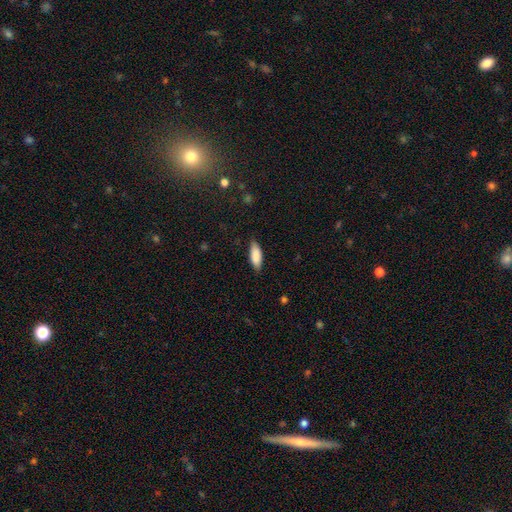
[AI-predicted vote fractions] Morphology: type=smooth (88%); roundness=in between (72%); merging=none (82%).